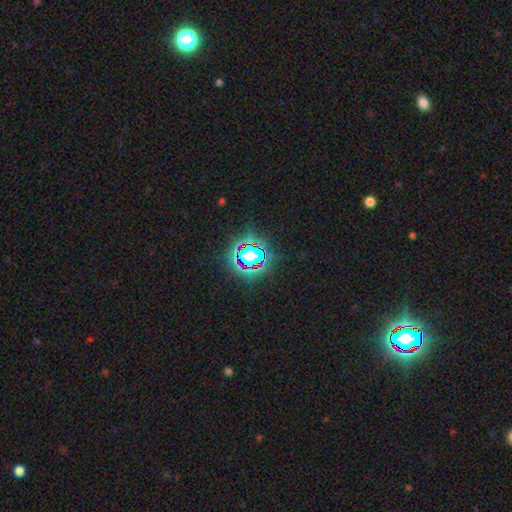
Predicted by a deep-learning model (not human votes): Smooth or featured?
  - star or artifact: 64% *
  - smooth: 24%
  - featured or disk: 11%